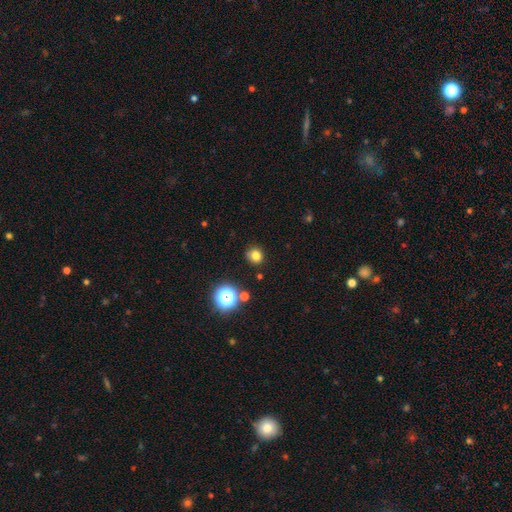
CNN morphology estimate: This appears to be a smooth galaxy with no disk features (78%) that is round (84%). Merging: none (83%).